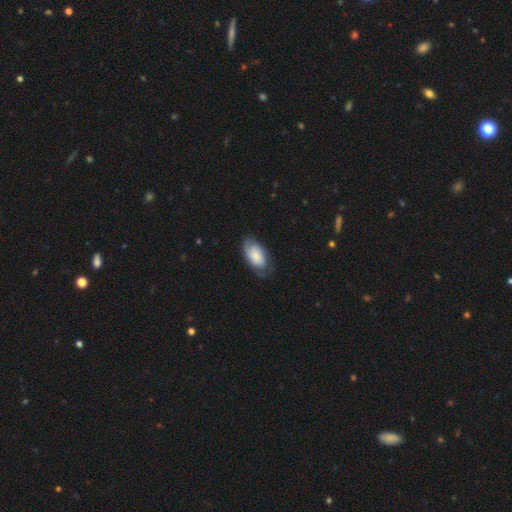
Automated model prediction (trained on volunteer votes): Q: Smooth or featured?
A: smooth (71%); runner-up: featured or disk (22%)
Q: How rounded?
A: in between (94%); runner-up: round (3%)
Q: Merging?
A: none (63%); runner-up: minor disturbance (27%)